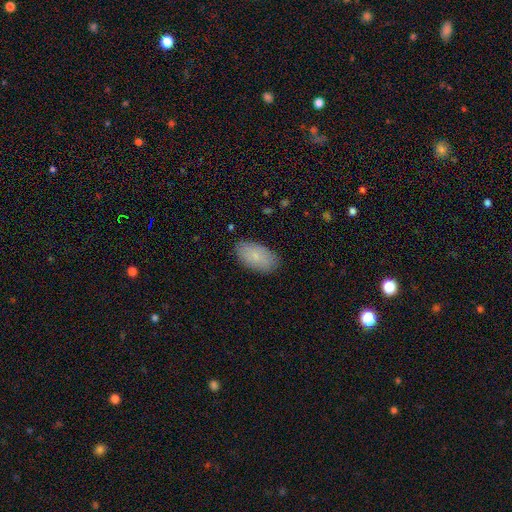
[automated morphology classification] smooth-or-featured: smooth: 82% | featured or disk: 12% | star or artifact: 7%
  how-rounded: in between: 95% | round: 3% | cigar-shaped: 2%
  merging: none: 85% | minor disturbance: 12% | major disturbance: 2% | merger: 1%